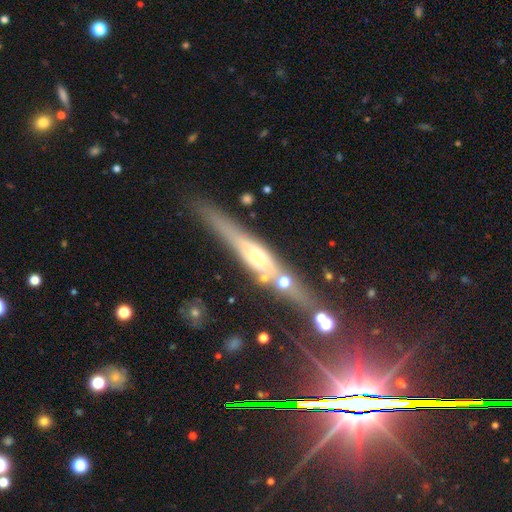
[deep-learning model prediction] Smooth or featured? featured or disk (64%)
Edge-on disk? yes (88%)
Edge-on bulge? rounded (83%)
Merging? none (72%)